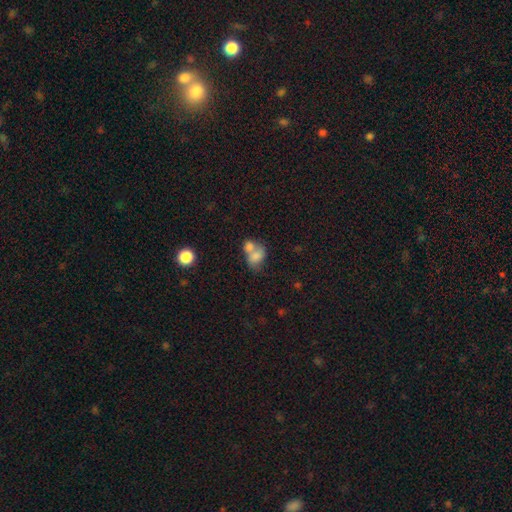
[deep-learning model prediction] This is likely a smooth galaxy (71%). How rounded: likely in between (63%). Merging: likely merger (66%).